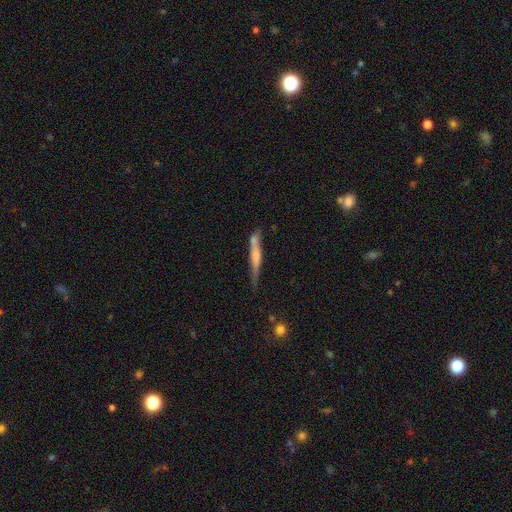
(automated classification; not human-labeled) Smooth or featured: smooth — 49% (featured or disk — 44%)
Merging: none — 53% (minor disturbance — 25%)